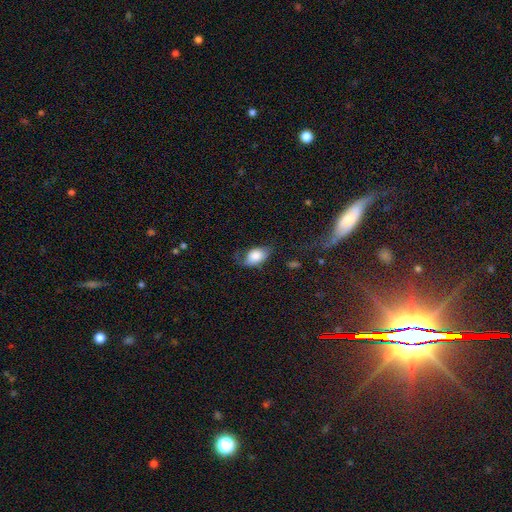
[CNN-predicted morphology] Overall: smooth (78%). How rounded: in between (90%). Merging: none (48%; minor disturbance 33%).